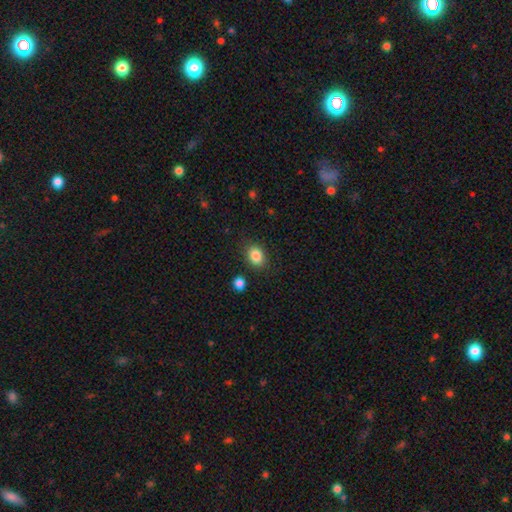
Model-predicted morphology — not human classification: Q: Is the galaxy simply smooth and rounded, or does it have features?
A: smooth — 86%.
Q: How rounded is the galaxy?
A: in between — 63%.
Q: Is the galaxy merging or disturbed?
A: none — 84%.